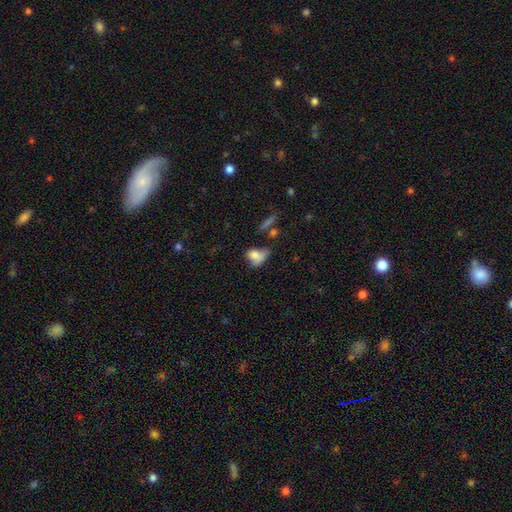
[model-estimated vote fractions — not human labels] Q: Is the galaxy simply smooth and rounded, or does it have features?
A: smooth — 71%.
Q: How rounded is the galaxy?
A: in between — 67%.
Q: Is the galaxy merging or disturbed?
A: minor disturbance — 30%.